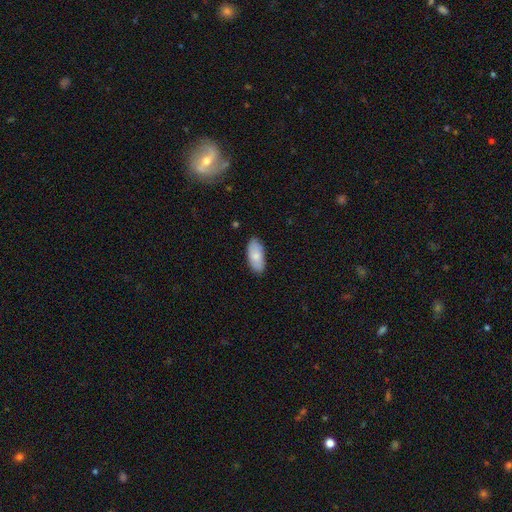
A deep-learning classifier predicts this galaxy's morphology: Smooth or featured: smooth — 80% (featured or disk — 14%)
How rounded: in between — 92% (cigar-shaped — 6%)
Merging: none — 85% (minor disturbance — 12%)